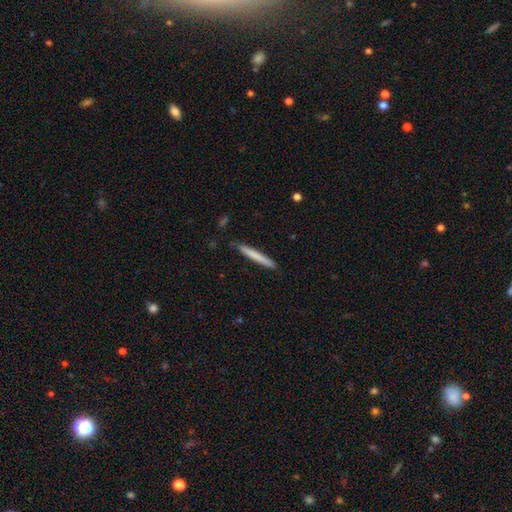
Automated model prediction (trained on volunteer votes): This appears to be a smooth galaxy with no disk features (72%) that is cigar-shaped (97%). Merging: none (88%).